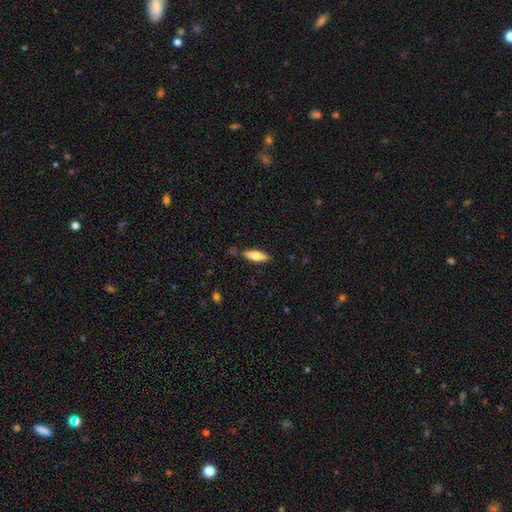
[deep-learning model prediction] Morphology: type=smooth (68%); roundness=cigar-shaped (53%); merging=none (82%).